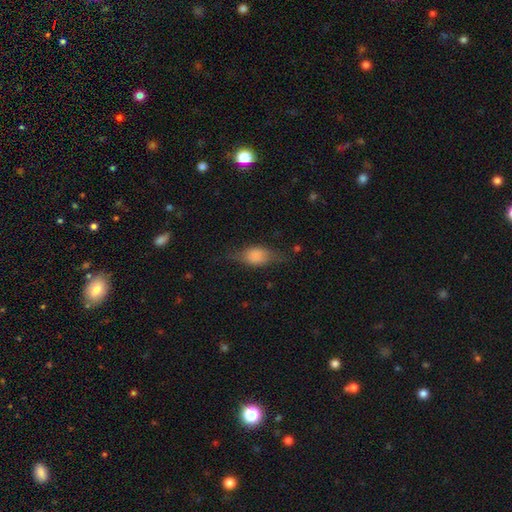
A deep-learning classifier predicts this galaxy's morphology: Smooth or featured? smooth (64%)
How rounded? in between (80%)
Merging? none (57%)